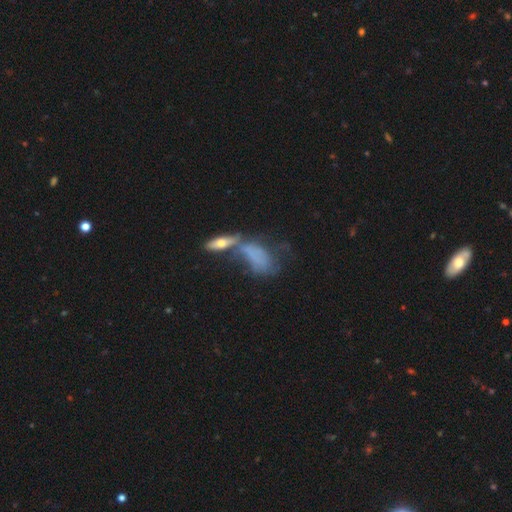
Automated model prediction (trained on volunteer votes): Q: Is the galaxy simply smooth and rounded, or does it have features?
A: smooth — 51%.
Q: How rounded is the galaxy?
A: in between — 78%.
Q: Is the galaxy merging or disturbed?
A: merger — 43%.